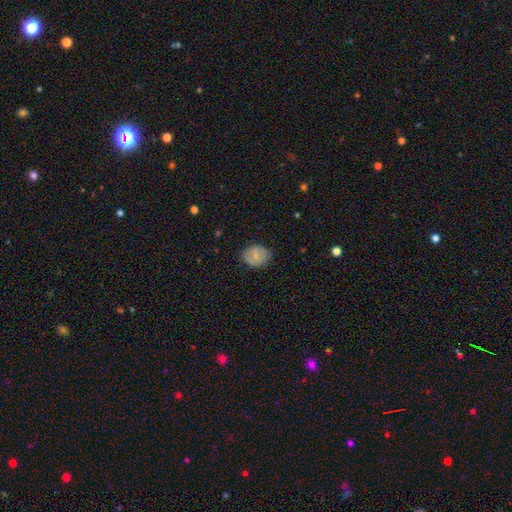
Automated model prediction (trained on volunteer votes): This appears to be a smooth galaxy with no disk features (67%) that is in between round and cigar-shaped (55%). Merging: none (78%).